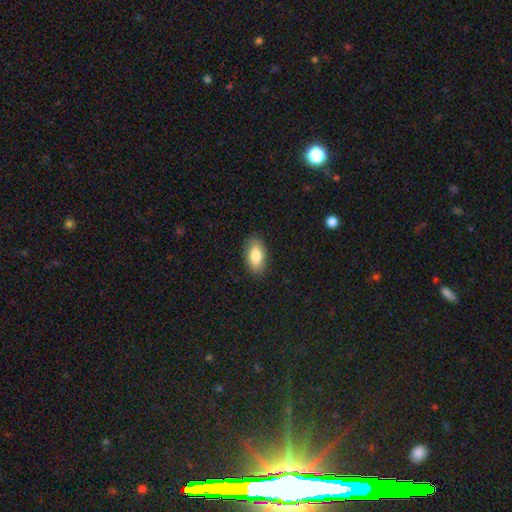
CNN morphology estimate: Smooth or featured? Predicted: smooth (p=0.78). How rounded? Predicted: in between (p=0.88). Merging? Predicted: none (p=0.87).